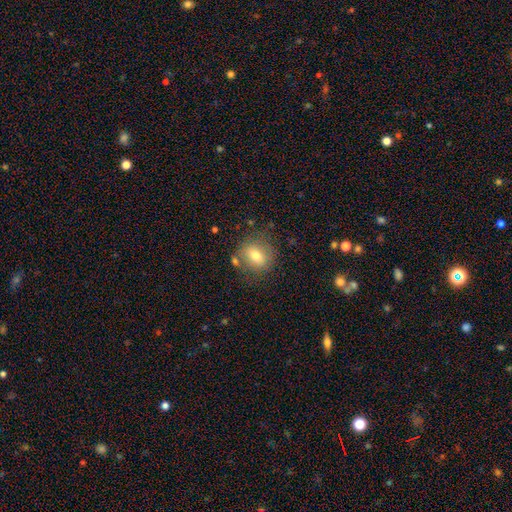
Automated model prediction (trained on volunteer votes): Smooth or featured: smooth — 67% (featured or disk — 22%)
How rounded: round — 70% (in between — 29%)
Merging: none — 74% (minor disturbance — 15%)